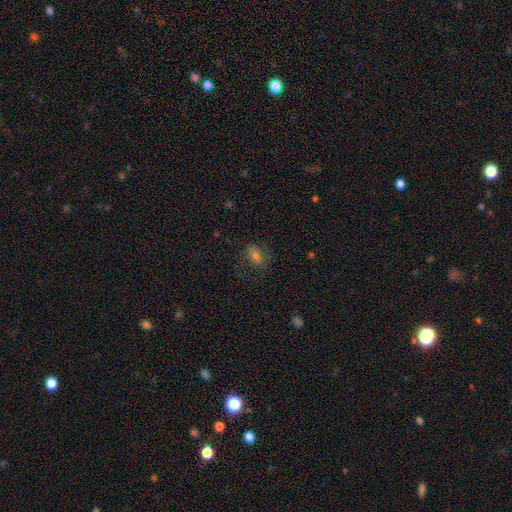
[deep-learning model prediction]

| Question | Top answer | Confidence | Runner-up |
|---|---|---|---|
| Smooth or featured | smooth | 59% | featured or disk (22%) |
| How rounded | in between | 75% | round (22%) |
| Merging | none | 70% | minor disturbance (18%) |